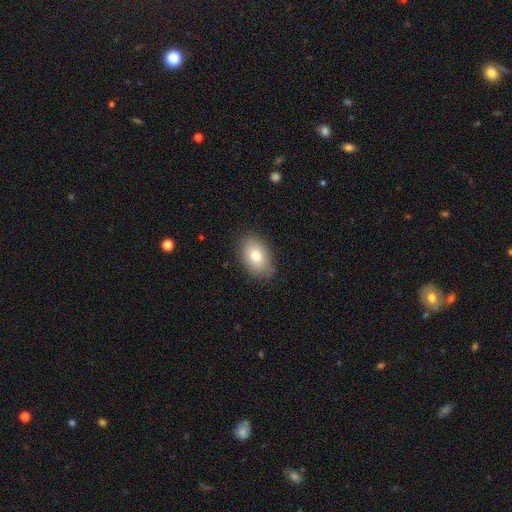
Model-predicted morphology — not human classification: type=smooth (78%); roundness=in between (86%); merging=none (83%).